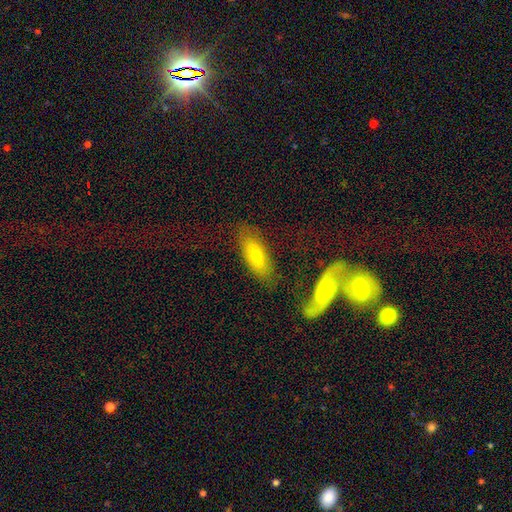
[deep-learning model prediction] Q: Smooth or featured?
A: smooth (62%); runner-up: featured or disk (31%)
Q: How rounded?
A: in between (66%); runner-up: cigar-shaped (31%)
Q: Merging?
A: none (70%); runner-up: minor disturbance (16%)